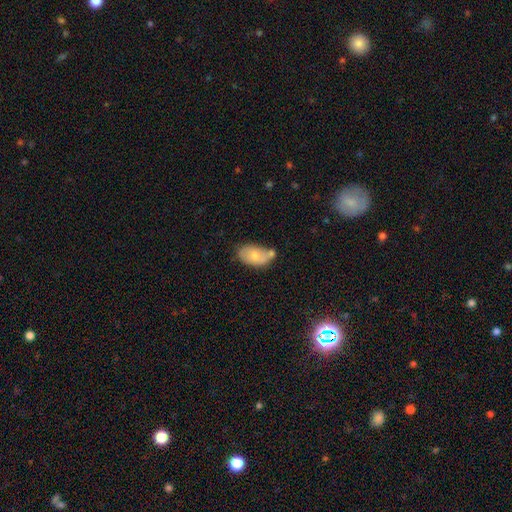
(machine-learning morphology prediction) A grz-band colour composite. It shows a smooth galaxy with no disk features (70%) that is in between round and cigar-shaped (92%). Merging: none (42%).